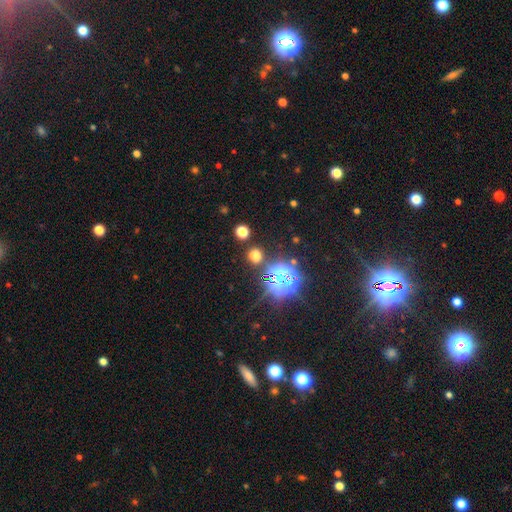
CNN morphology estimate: Smooth or featured?
  - smooth: 55% *
  - star or artifact: 40%
  - featured or disk: 6%
How rounded?
  - round: 84% *
  - in between: 15%
  - cigar-shaped: 1%
Merging?
  - none: 84% *
  - minor disturbance: 7%
  - merger: 6%
  - major disturbance: 3%